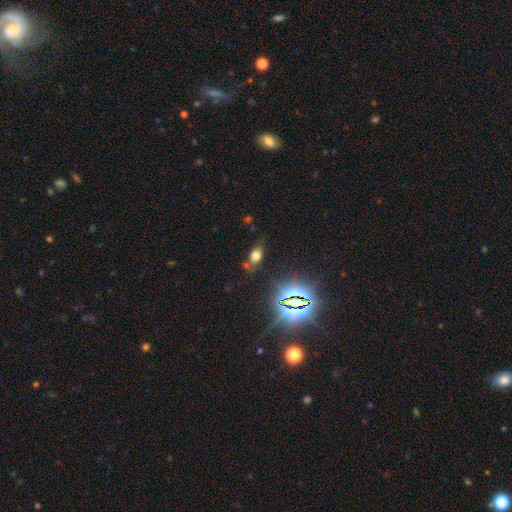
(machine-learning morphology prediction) Smooth or featured? Predicted: smooth (p=0.61). How rounded? Predicted: in between (p=0.81). Merging? Predicted: none (p=0.69).